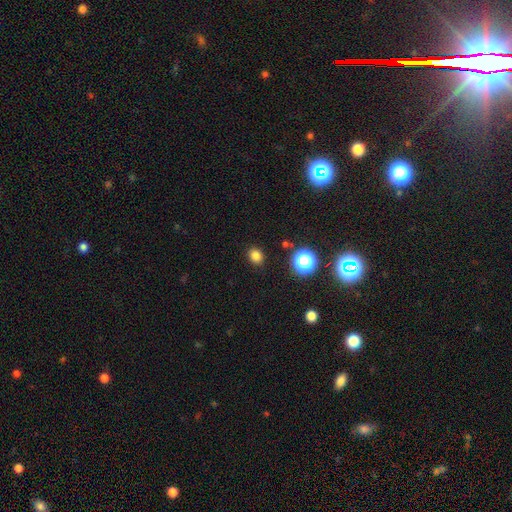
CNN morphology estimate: smooth-or-featured: smooth: 80% | star or artifact: 16% | featured or disk: 4%
  how-rounded: round: 60% | in between: 39% | cigar-shaped: 1%
  merging: none: 89% | minor disturbance: 7% | major disturbance: 2% | merger: 2%